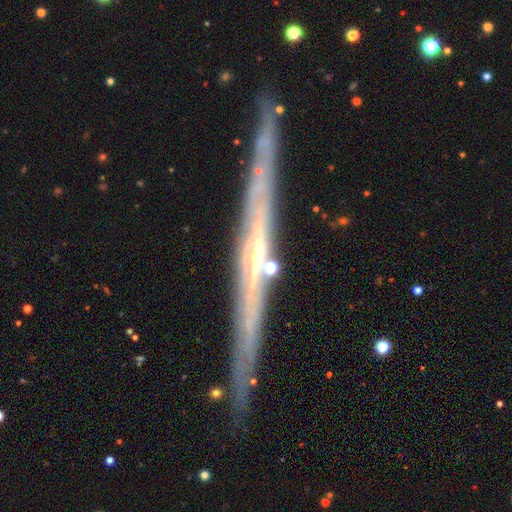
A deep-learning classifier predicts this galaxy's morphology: Smooth or featured?
  - featured or disk: 79% *
  - smooth: 13%
  - star or artifact: 8%
Edge-on disk?
  - yes: 97% *
  - no: 3%
Edge-on bulge?
  - none: 59% *
  - rounded: 36%
  - boxy: 5%
Merging?
  - none: 88% *
  - minor disturbance: 8%
  - merger: 2%
  - major disturbance: 2%